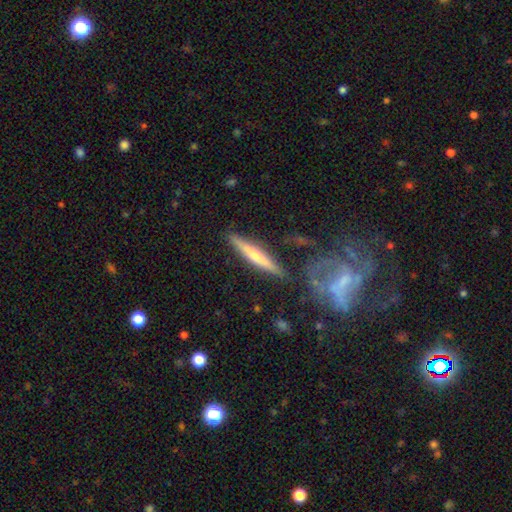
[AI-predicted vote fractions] A smooth galaxy with no disk features (51%) that is cigar-shaped (92%).

Vote fractions:
- Smooth or featured? smooth: 51% / featured or disk: 43% / star or artifact: 6%
- How rounded? cigar-shaped: 92% / in between: 6% / round: 2%
- Merging? none: 83% / minor disturbance: 10% / merger: 4% / major disturbance: 3%